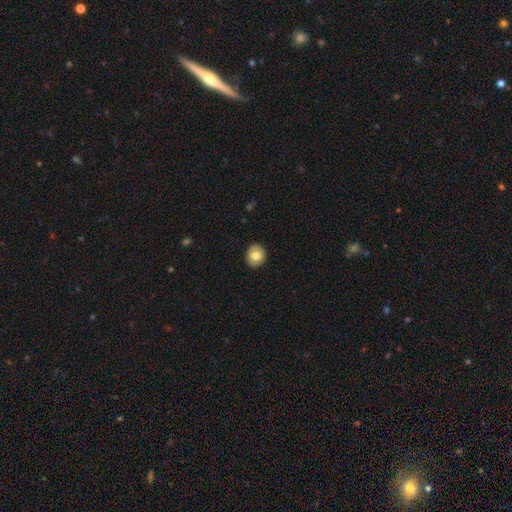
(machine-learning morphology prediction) type=smooth (75%); roundness=round (72%); merging=none (90%).